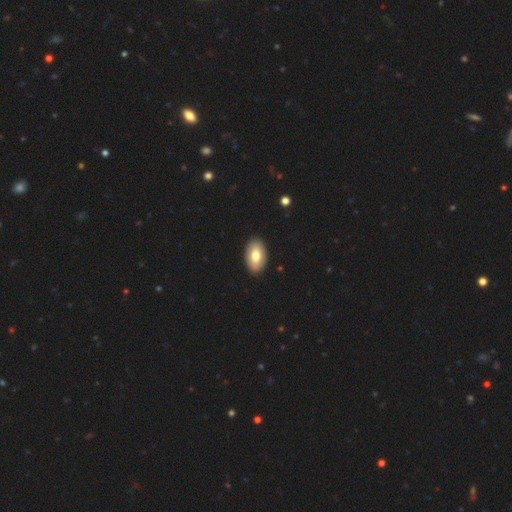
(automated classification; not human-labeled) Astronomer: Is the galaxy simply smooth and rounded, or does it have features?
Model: smooth — 73%.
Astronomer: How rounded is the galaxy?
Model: in between — 93%.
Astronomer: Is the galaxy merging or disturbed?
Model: none — 90%.